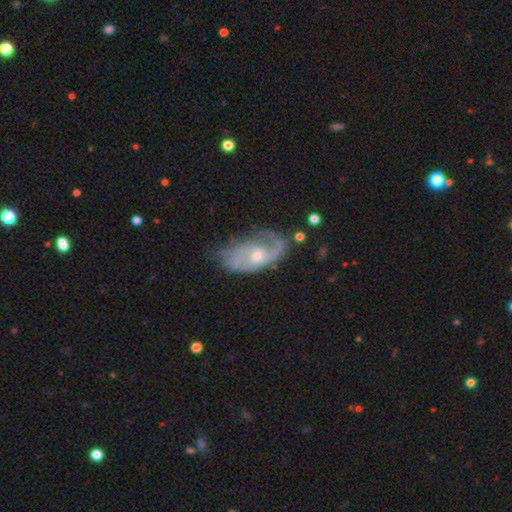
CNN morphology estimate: Overall: featured or disk (78%). Edge-on disk: no (95%). Bar: no (62%; weak 32%). Spiral arms: yes (89%). Spiral arm count: 2 (55%; 1 19%). Spiral winding: medium (43%; loose 29%). Bulge size: moderate (51%; small 44%). Merging: none (54%; minor disturbance 28%).